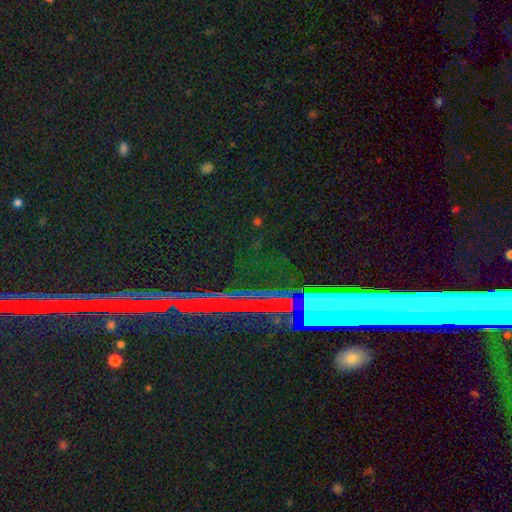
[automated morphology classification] type=star or artifact (70%).